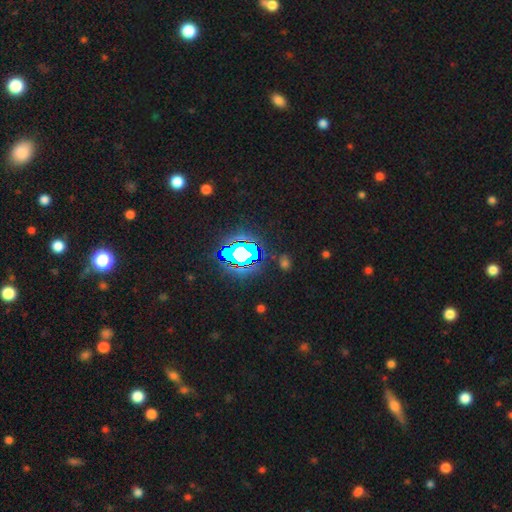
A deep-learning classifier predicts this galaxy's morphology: Overall: star or artifact (80%).